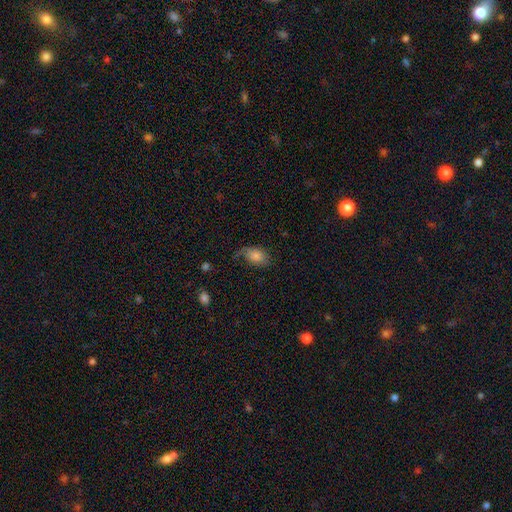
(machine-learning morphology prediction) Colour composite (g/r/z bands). It shows a smooth galaxy with no disk features (70%) that is in between round and cigar-shaped (82%). Merging: none (49%).